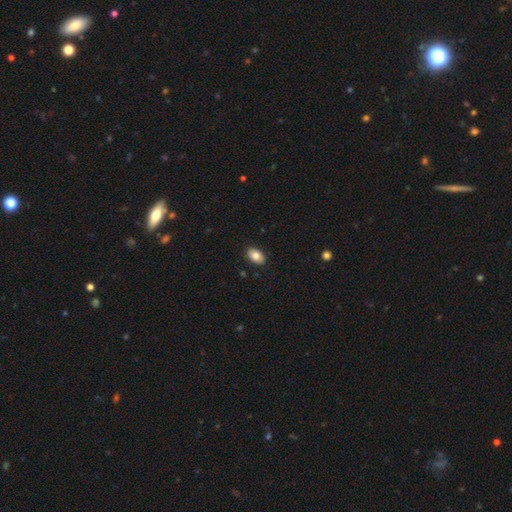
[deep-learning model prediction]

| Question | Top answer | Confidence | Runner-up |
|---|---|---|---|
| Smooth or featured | smooth | 82% | featured or disk (11%) |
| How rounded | in between | 89% | round (10%) |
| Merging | none | 90% | minor disturbance (8%) |